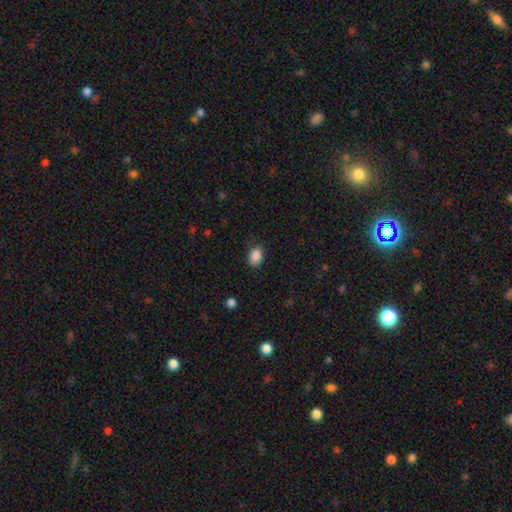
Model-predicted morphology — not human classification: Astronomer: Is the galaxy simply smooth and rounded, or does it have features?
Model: smooth — 88%.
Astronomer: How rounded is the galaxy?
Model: in between — 76%.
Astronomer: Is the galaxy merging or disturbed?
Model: none — 81%.